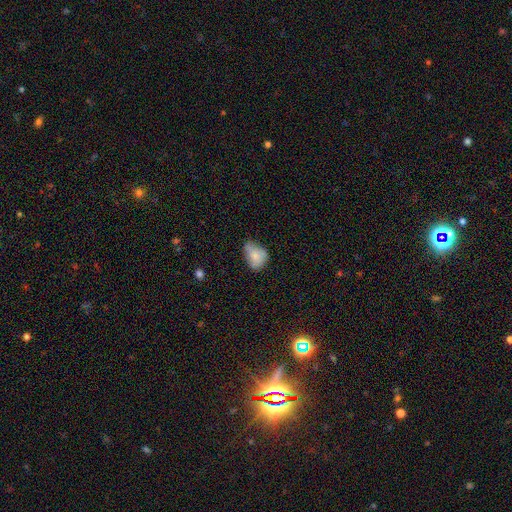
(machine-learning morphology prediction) Smooth or featured? smooth (73%)
How rounded? in between (68%)
Merging? minor disturbance (44%)